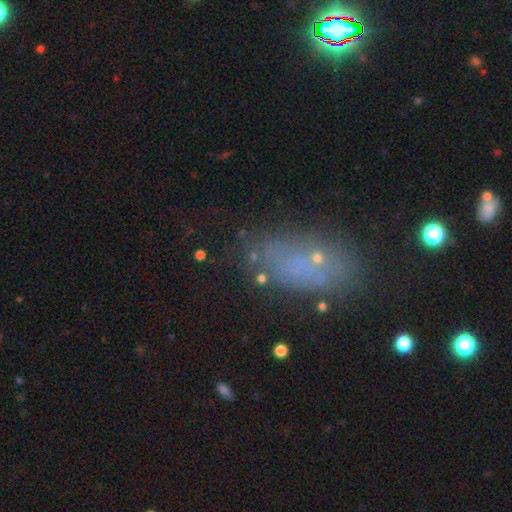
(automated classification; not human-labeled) Smooth or featured? smooth (46%)
Merging? none (66%)